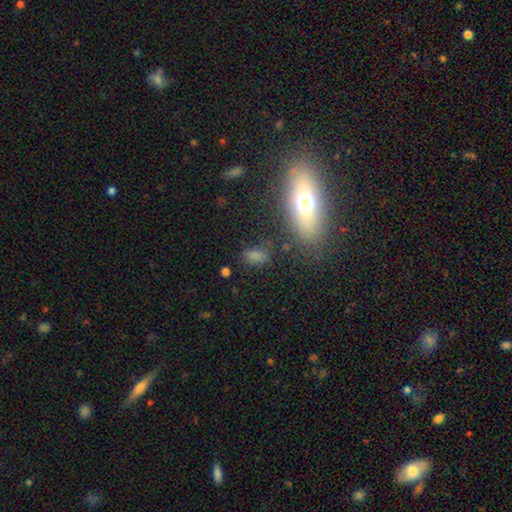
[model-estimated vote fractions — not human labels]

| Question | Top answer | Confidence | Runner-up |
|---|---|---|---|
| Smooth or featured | smooth | 73% | star or artifact (19%) |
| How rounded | in between | 86% | round (9%) |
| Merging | none | 68% | minor disturbance (18%) |